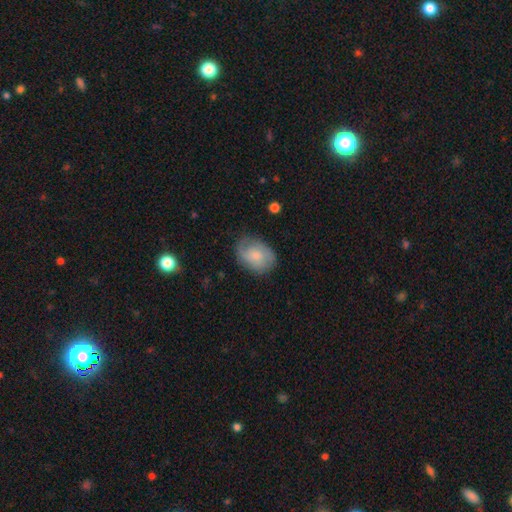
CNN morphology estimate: This is possibly a smooth galaxy (51%). How rounded: likely in between (71%). Merging: likely none (71%).